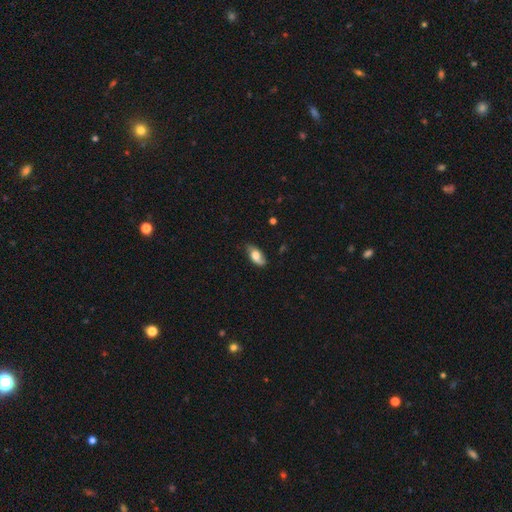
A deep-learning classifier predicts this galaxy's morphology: Overall: smooth (58%; featured or disk 35%). How rounded: in between (86%). Merging: none (69%).